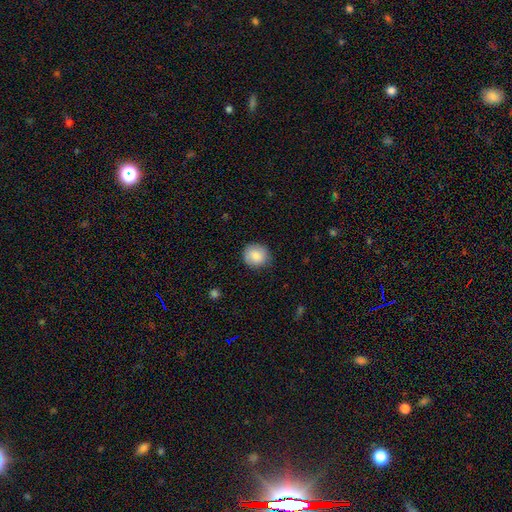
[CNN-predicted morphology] This appears to be a smooth galaxy with no disk features (87%) that is round (82%). Merging: none (83%).